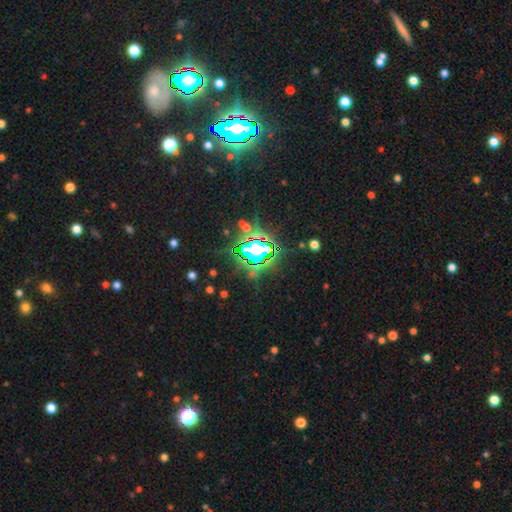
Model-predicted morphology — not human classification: Smooth or featured: star or artifact — 83% (smooth — 10%)